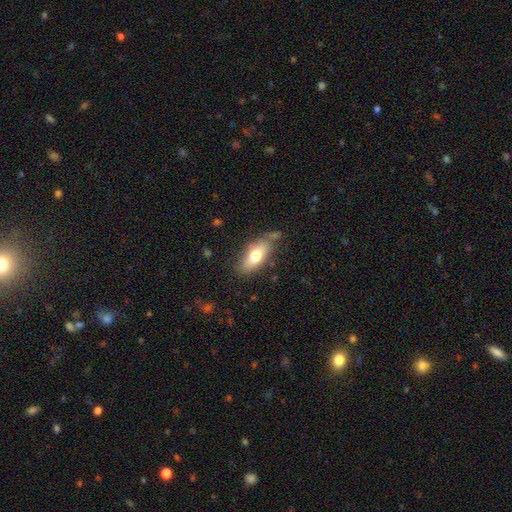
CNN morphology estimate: smooth 72%, featured or disk 21%, star or artifact 7%. Down the decision tree: how rounded — in between (78%); merging — none (70%).